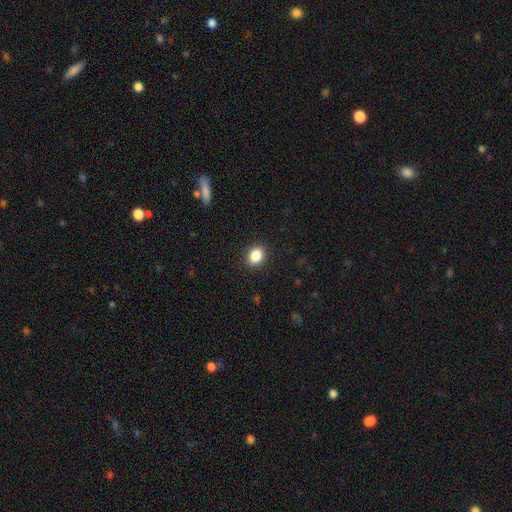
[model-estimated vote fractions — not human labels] This appears to be a smooth galaxy with no disk features (87%) that is in between round and cigar-shaped (51%). Merging: none (90%).